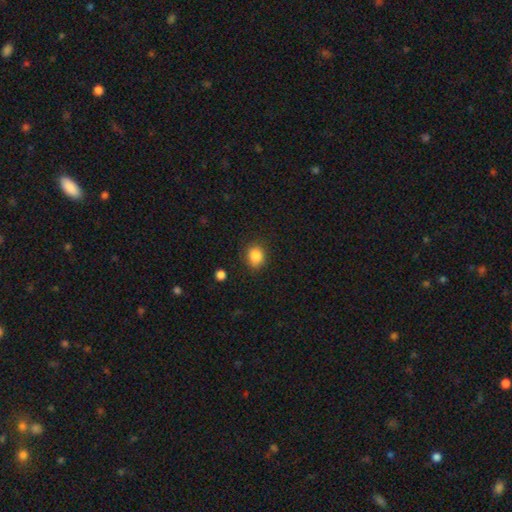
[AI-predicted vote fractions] This is clearly a smooth galaxy (86%). How rounded: likely round (69%). Merging: clearly none (82%).